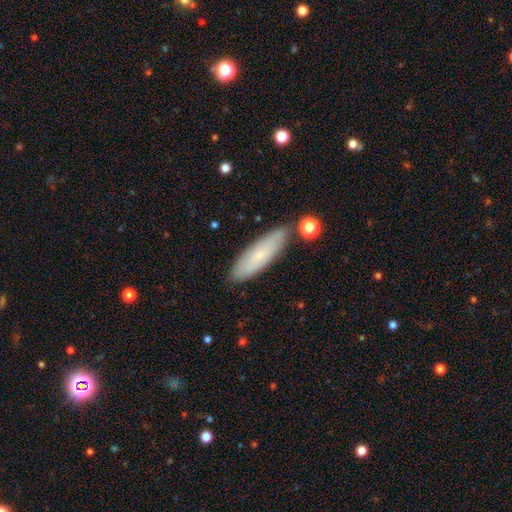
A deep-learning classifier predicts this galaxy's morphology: This is likely a smooth galaxy (63%). How rounded: likely cigar-shaped (63%). Merging: clearly none (83%).